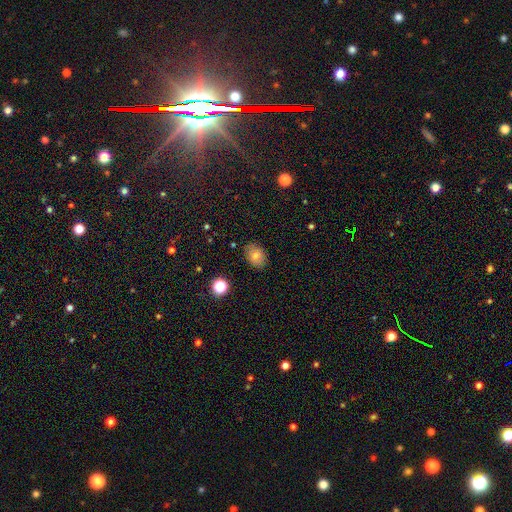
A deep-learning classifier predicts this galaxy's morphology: A smooth galaxy with no disk features (77%) that is in between round and cigar-shaped (69%). Merging: none (84%).